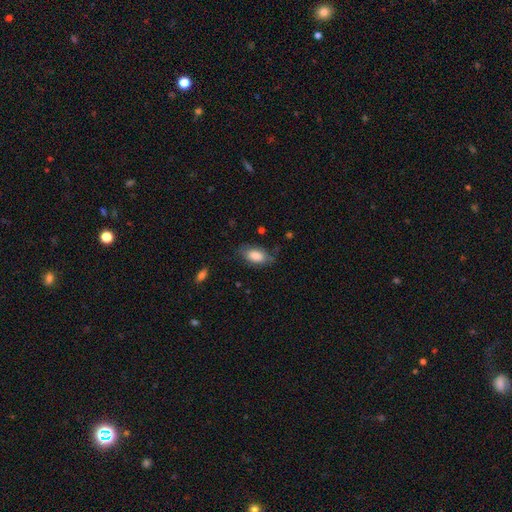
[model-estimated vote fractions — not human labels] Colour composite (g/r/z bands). It shows a smooth galaxy with no disk features (84%) that is in between round and cigar-shaped (91%). Merging: none (67%).